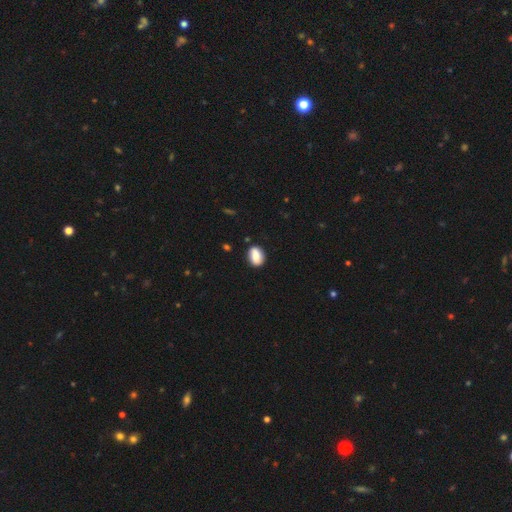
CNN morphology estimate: A smooth galaxy with no disk features (82%) that is in between round and cigar-shaped (76%).

Vote fractions:
- Smooth or featured? smooth: 82% / featured or disk: 10% / star or artifact: 8%
- How rounded? in between: 76% / round: 22% / cigar-shaped: 2%
- Merging? none: 80% / minor disturbance: 14% / major disturbance: 3% / merger: 2%